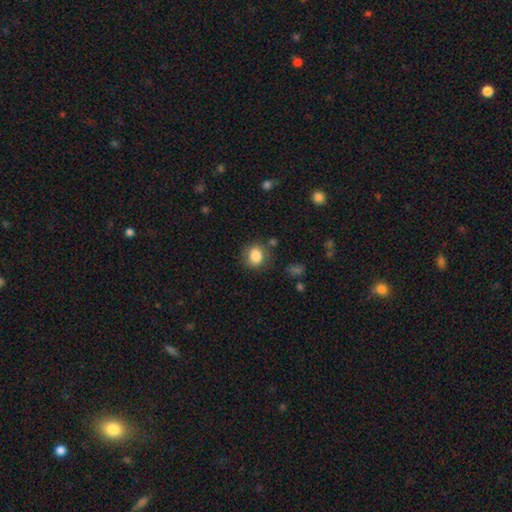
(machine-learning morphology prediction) Smooth or featured? Predicted: smooth (p=0.84). How rounded? Predicted: round (p=0.69). Merging? Predicted: none (p=0.77).